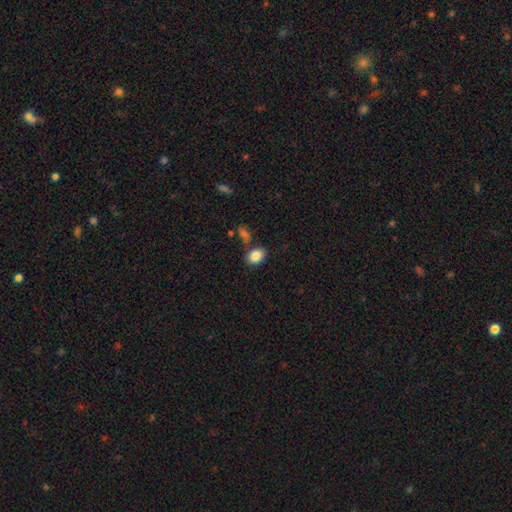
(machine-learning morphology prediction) smooth_or_featured: smooth (p=0.86) [alt: star or artifact p=0.08]
how_rounded: in between (p=0.75) [alt: round p=0.24]
merging: none (p=0.72) [alt: minor disturbance p=0.13]